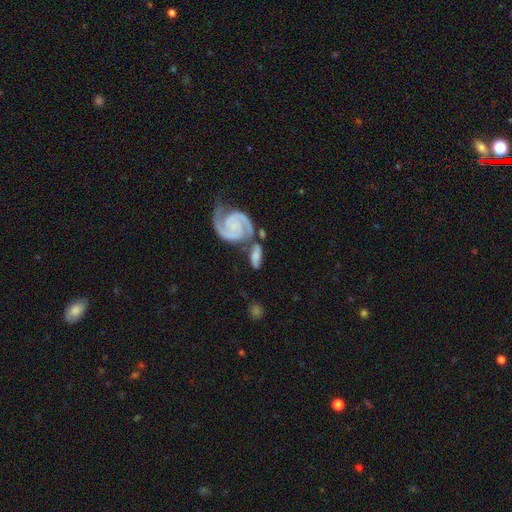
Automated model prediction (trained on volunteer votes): Q: Smooth or featured?
A: featured or disk (65%); runner-up: smooth (29%)
Q: Edge-on disk?
A: no (91%); runner-up: yes (9%)
Q: Bar?
A: no (64%); runner-up: weak (25%)
Q: Spiral arms?
A: yes (92%); runner-up: no (8%)
Q: Spiral winding?
A: tight (41%); runner-up: medium (40%)
Q: Spiral arm count?
A: 2 (88%); runner-up: can't tell (5%)
Q: Bulge size?
A: small (44%); runner-up: none (34%)
Q: Merging?
A: none (39%); runner-up: merger (38%)